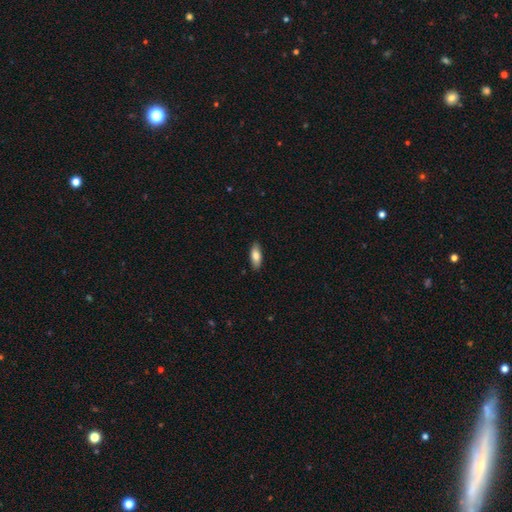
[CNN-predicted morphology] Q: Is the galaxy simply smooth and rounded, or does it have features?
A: smooth — 81%.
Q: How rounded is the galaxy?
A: in between — 80%.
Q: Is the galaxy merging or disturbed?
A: none — 87%.